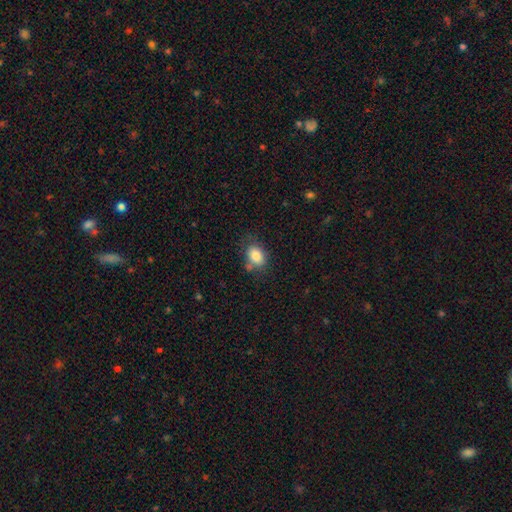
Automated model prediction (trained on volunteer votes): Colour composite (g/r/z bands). It shows a smooth galaxy with no disk features (84%) that is in between round and cigar-shaped (72%). Merging: none (62%).